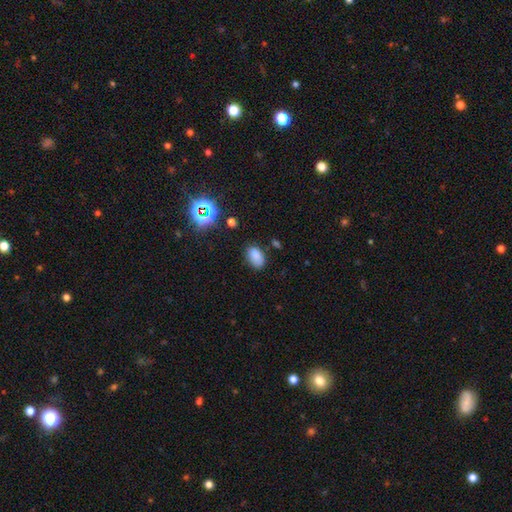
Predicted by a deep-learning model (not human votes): Smooth or featured? smooth (80%)
How rounded? in between (90%)
Merging? none (75%)